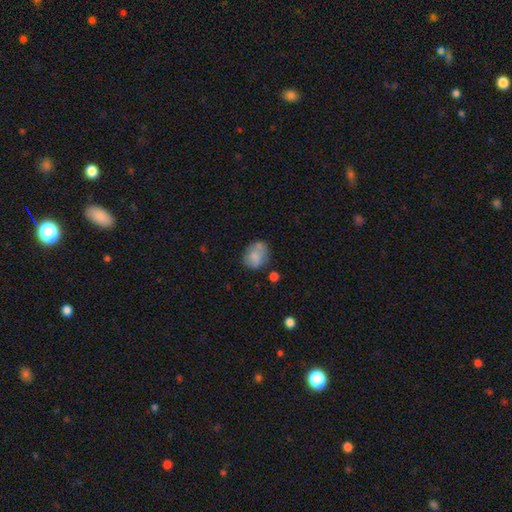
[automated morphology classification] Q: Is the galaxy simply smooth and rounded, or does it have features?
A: smooth — 72%.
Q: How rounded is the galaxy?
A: round — 52%.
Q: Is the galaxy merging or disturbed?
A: none — 52%.